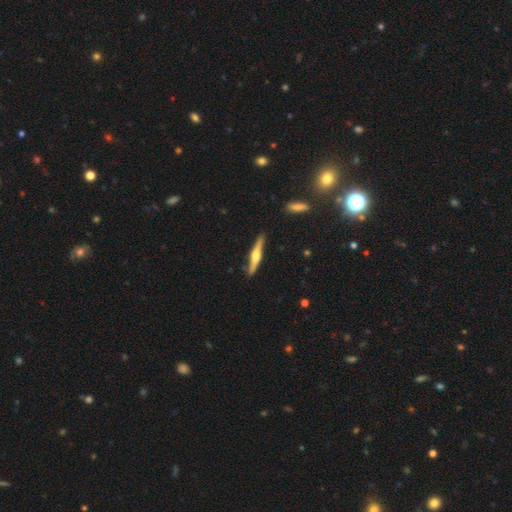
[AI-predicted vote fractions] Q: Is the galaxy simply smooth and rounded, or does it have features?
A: featured or disk — 68%.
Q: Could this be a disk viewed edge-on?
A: yes — 96%.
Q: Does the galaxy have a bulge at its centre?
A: rounded — 85%.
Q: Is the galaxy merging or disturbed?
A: none — 85%.